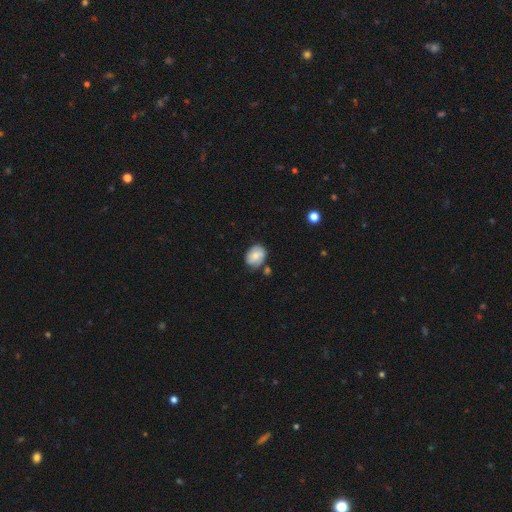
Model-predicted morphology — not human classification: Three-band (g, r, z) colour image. It shows a smooth galaxy with no disk features (65%) that is in between round and cigar-shaped (55%). Merging: none (64%).